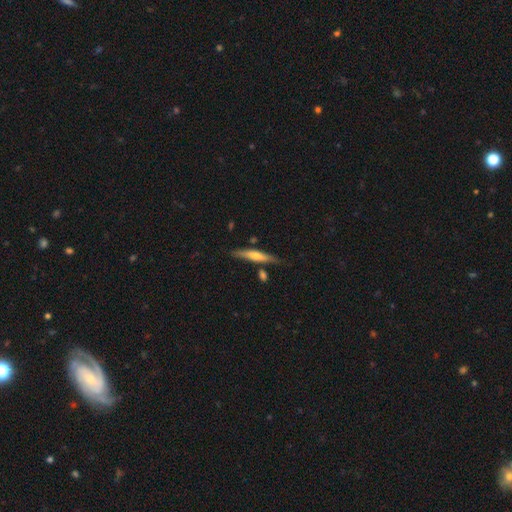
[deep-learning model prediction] This is possibly a featured or disk galaxy (49%). Merging: likely none (77%).